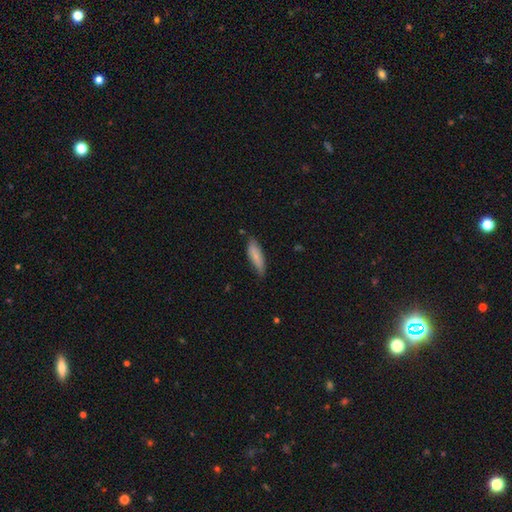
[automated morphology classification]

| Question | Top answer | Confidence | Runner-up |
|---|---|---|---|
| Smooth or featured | smooth | 78% | featured or disk (16%) |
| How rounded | cigar-shaped | 54% | in between (44%) |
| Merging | none | 71% | minor disturbance (23%) |